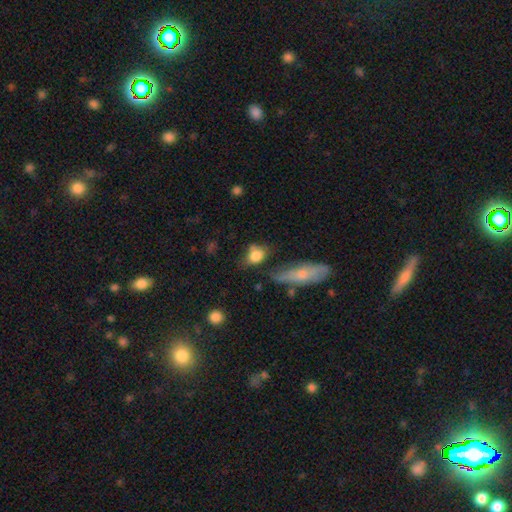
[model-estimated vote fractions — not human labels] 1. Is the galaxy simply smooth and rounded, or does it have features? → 77% smooth, 14% featured or disk, 9% star or artifact.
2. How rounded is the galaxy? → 58% in between, 38% round, 4% cigar-shaped.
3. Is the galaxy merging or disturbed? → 47% none, 29% minor disturbance, 13% major disturbance, 11% merger.